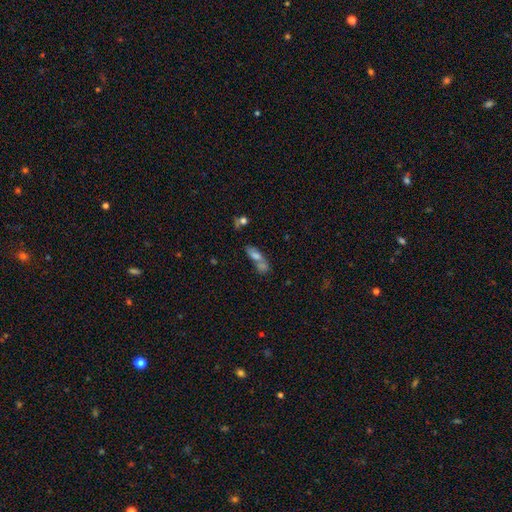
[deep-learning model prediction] This appears to be a smooth galaxy with no disk features (70%) that is in between round and cigar-shaped (70%). Merging: merger (53%).